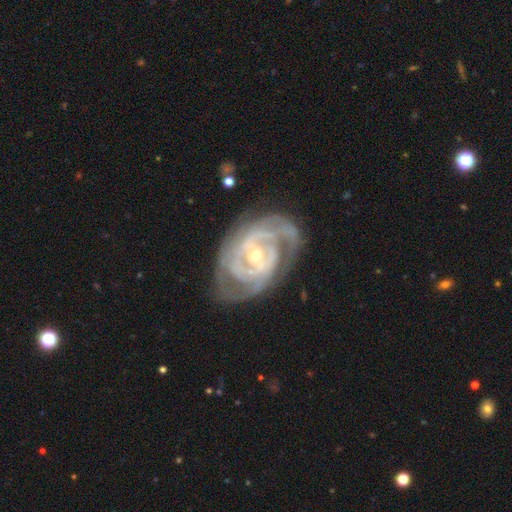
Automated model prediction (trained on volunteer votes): The model was most divided on "bar": weak: 42%, no: 37%, strong: 21%. Remaining: edge-on disk — no (97%); spiral arms — yes (95%); smooth or featured — featured or disk (89%); merging — none (66%); spiral winding — tight (61%); bulge size — small (56%); spiral arm count — 2 (36%).